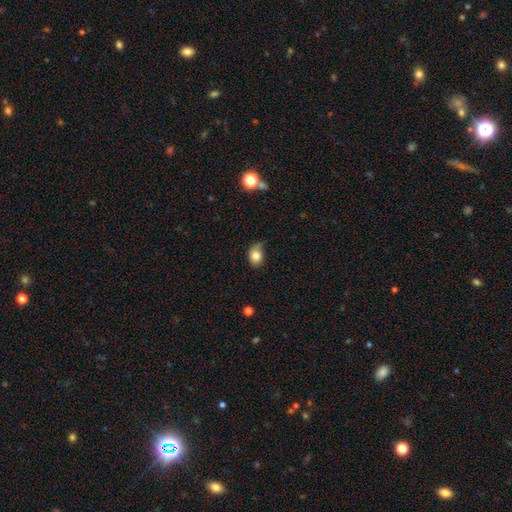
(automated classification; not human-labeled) smooth_or_featured: smooth (p=0.81) [alt: star or artifact p=0.10]
how_rounded: in between (p=0.65) [alt: round p=0.34]
merging: none (p=0.50) [alt: minor disturbance p=0.37]